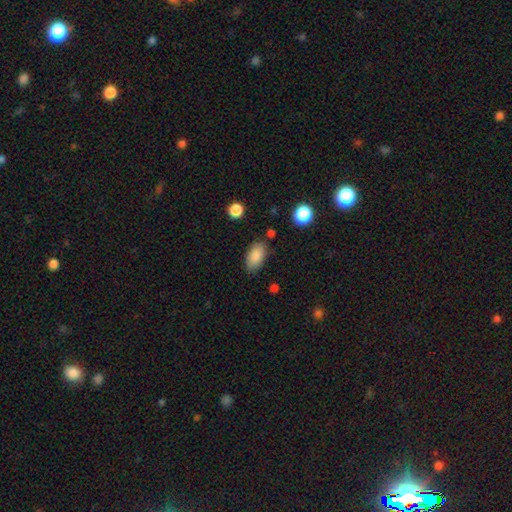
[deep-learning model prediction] Morphology: type=smooth (86%); roundness=in between (93%); merging=none (81%).